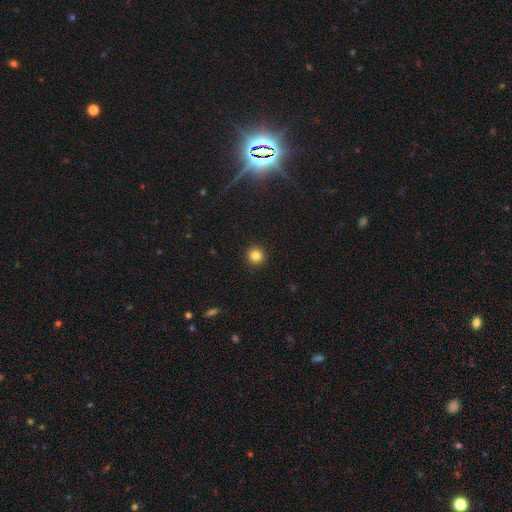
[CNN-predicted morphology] smooth 84%, star or artifact 12%, featured or disk 4%. Down the decision tree: how rounded — round (95%); merging — none (93%).